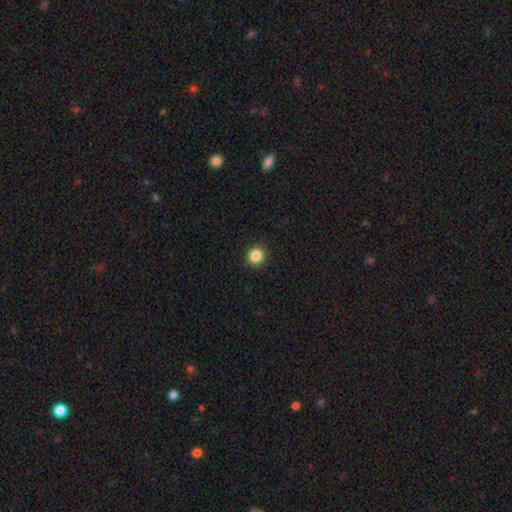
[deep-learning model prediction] A smooth galaxy with no disk features (85%) that is round (92%). Merging: none (93%).